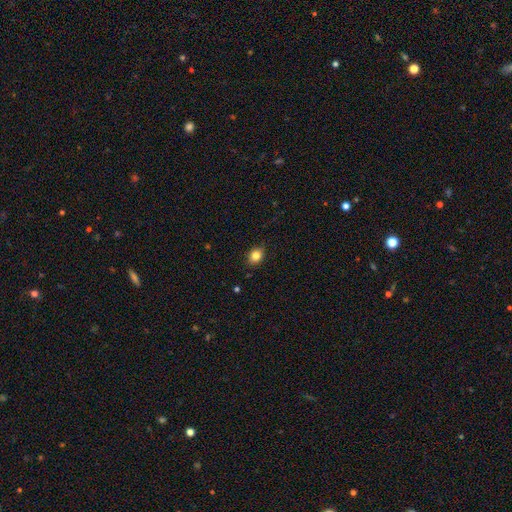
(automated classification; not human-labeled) Smooth or featured? Predicted: smooth (p=0.84). How rounded? Predicted: in between (p=0.51). Merging? Predicted: none (p=0.85).